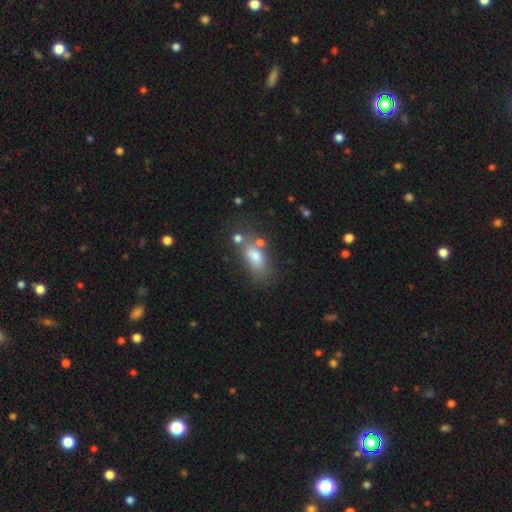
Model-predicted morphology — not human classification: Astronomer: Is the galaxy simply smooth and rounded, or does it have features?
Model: smooth — 74%.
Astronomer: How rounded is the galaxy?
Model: in between — 83%.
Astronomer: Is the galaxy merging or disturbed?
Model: none — 46% (runner-up: merger, 22%).